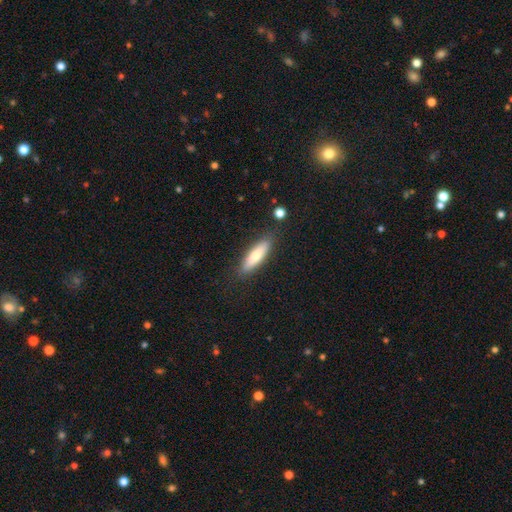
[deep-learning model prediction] Morphology: type=smooth (71%); roundness=cigar-shaped (64%); merging=none (86%).